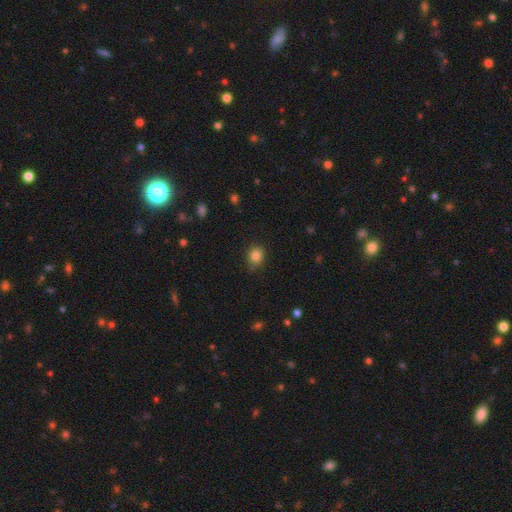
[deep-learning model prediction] Morphology: type=smooth (84%); roundness=round (64%); merging=none (83%).